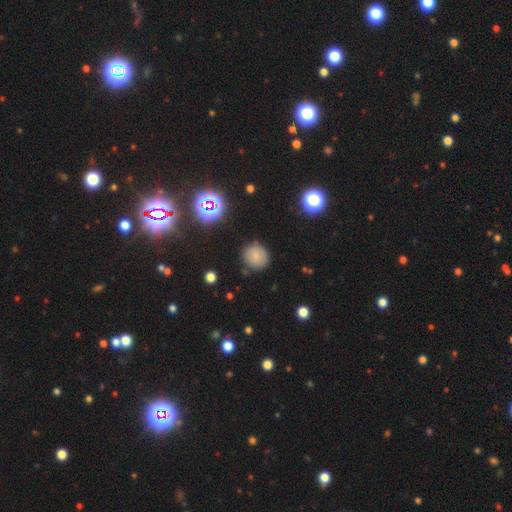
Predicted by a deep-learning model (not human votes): smooth_or_featured: smooth (p=0.74) [alt: star or artifact p=0.15]
how_rounded: round (p=0.87) [alt: in between p=0.12]
merging: none (p=0.84) [alt: minor disturbance p=0.11]